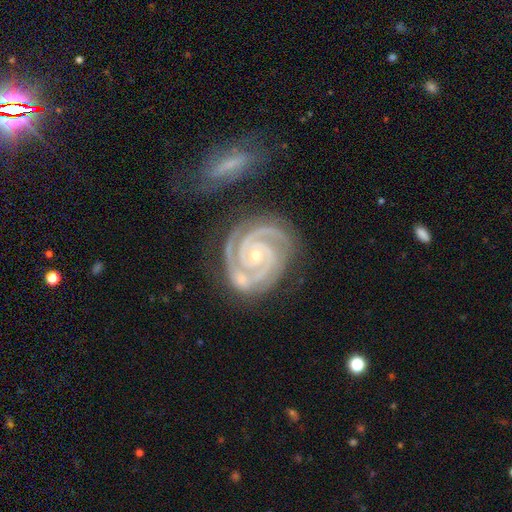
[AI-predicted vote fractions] smooth-or-featured: featured or disk: 94% | star or artifact: 4% | smooth: 2%
  disk-edge-on: no: 98% | yes: 2%
    bar: no: 67% | weak: 18% | strong: 14%
    has-spiral-arms: yes: 99% | no: 1%
      spiral-winding: tight: 83% | medium: 16% | loose: 1%
      spiral-arm-count: 2: 71% | 3: 19% | 4: 3% | can't tell: 3% | more than 4: 2% | 1: 2%
    bulge-size: small: 75% | moderate: 22% | none: 1% | large: 1% | dominant: 1%
  merging: none: 70% | minor disturbance: 16% | merger: 9% | major disturbance: 4%